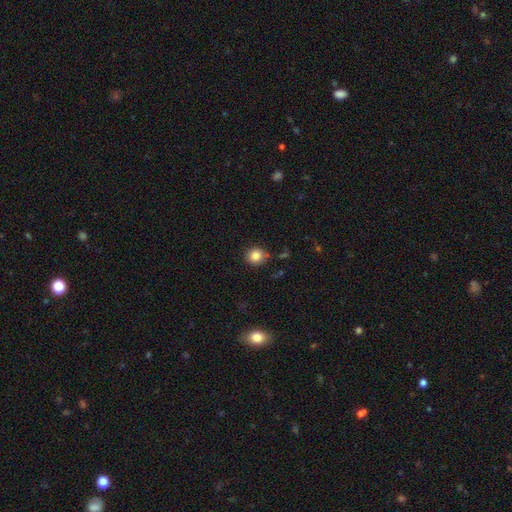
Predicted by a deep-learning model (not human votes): Smooth or featured?
  - smooth: 84% *
  - star or artifact: 11%
  - featured or disk: 6%
How rounded?
  - round: 89% *
  - in between: 10%
  - cigar-shaped: 1%
Merging?
  - none: 83% *
  - minor disturbance: 11%
  - merger: 4%
  - major disturbance: 3%